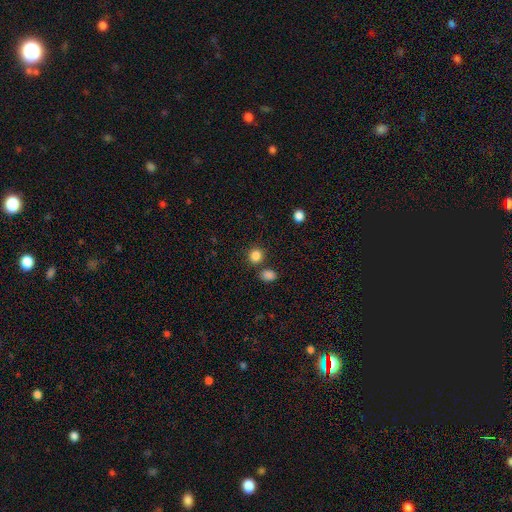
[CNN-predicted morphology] Smooth or featured: smooth — 85% (star or artifact — 11%)
How rounded: round — 84% (in between — 15%)
Merging: none — 78% (merger — 11%)